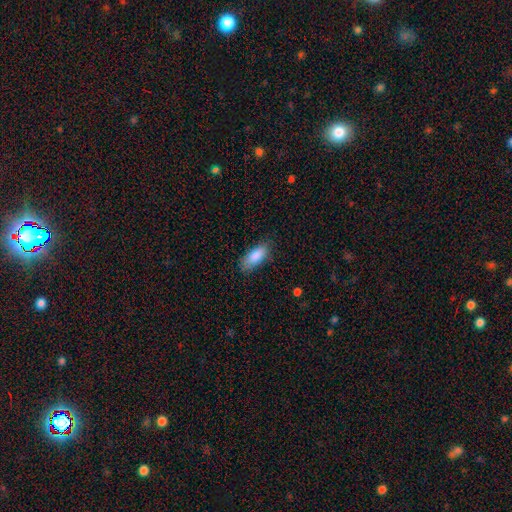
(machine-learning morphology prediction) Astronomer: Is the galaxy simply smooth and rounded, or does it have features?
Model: smooth — 86%.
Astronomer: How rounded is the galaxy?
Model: in between — 83%.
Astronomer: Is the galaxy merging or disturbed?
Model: none — 78%.